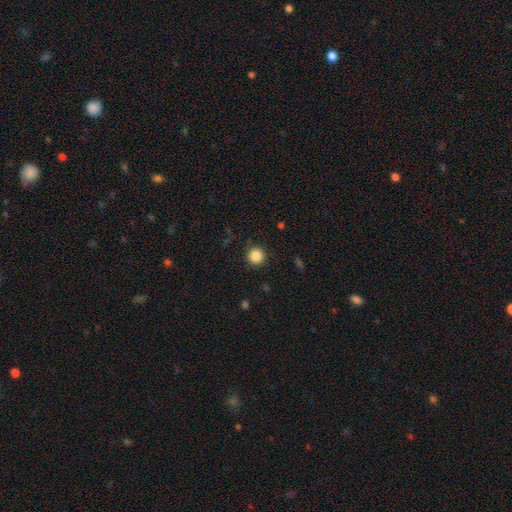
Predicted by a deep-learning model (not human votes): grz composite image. It shows a smooth galaxy with no disk features (87%) that is round (95%). Merging: none (91%).